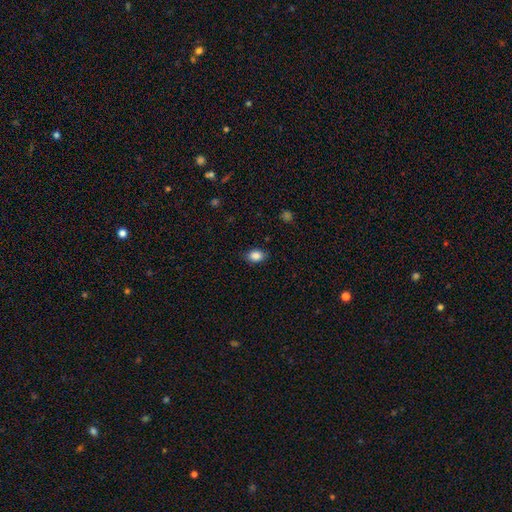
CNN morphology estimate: smooth-or-featured: smooth: 86% | star or artifact: 9% | featured or disk: 5%
  how-rounded: in between: 73% | round: 25% | cigar-shaped: 1%
  merging: none: 83% | minor disturbance: 13% | major disturbance: 3% | merger: 1%